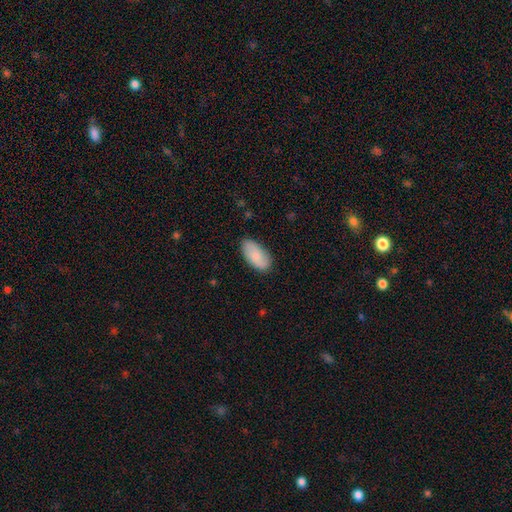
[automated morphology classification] Smooth or featured? Predicted: smooth (p=0.78). How rounded? Predicted: in between (p=0.94). Merging? Predicted: none (p=0.81).